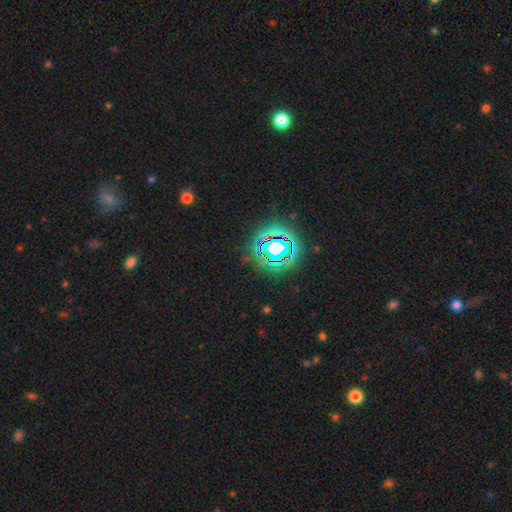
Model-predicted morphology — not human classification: star or artifact 81%, smooth 12%, featured or disk 7%.